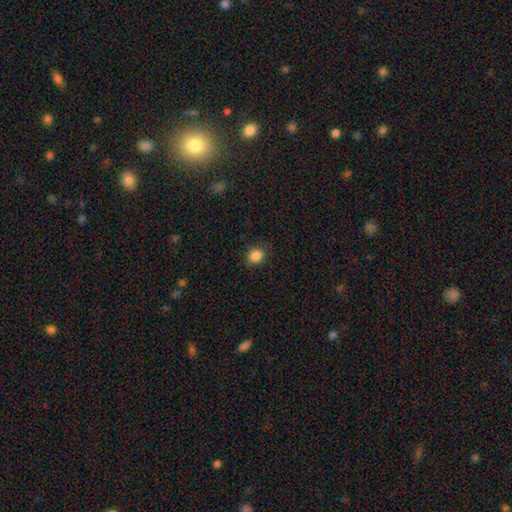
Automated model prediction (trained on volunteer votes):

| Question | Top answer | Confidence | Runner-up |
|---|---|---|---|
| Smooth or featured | smooth | 86% | star or artifact (10%) |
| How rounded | round | 65% | in between (34%) |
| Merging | none | 87% | minor disturbance (10%) |